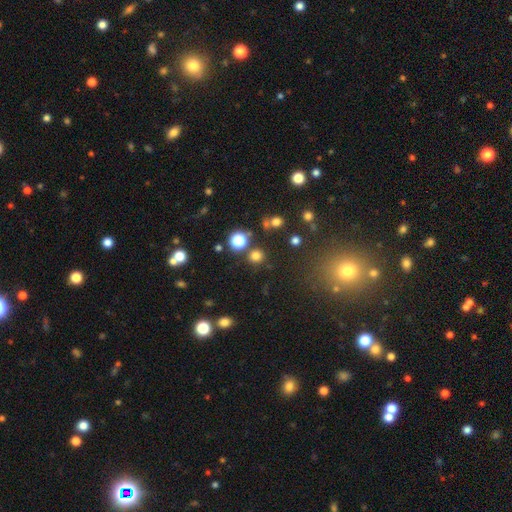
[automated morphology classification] Smooth or featured: smooth — 75% (star or artifact — 20%)
How rounded: round — 92% (in between — 7%)
Merging: none — 81% (merger — 9%)